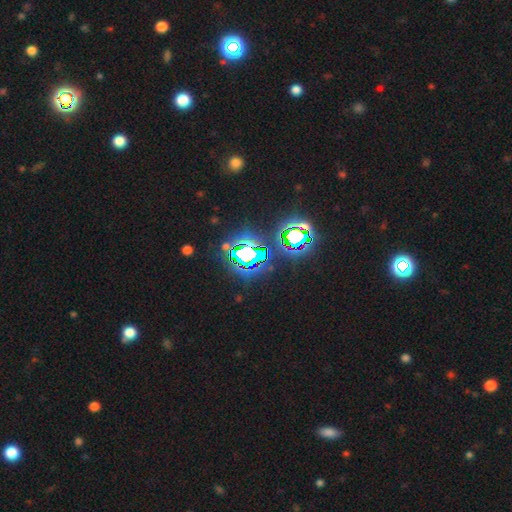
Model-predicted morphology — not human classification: Smooth or featured?
  - star or artifact: 73% *
  - smooth: 16%
  - featured or disk: 11%